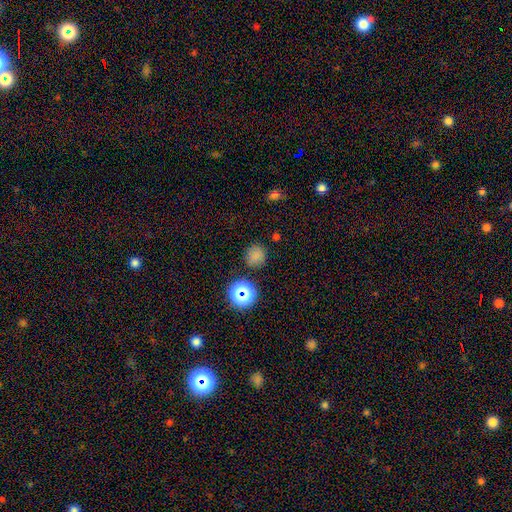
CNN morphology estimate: The model was most divided on "smooth or featured": smooth: 73%, star or artifact: 21%, featured or disk: 5%. More confident: how rounded — round (89%); merging — none (83%).